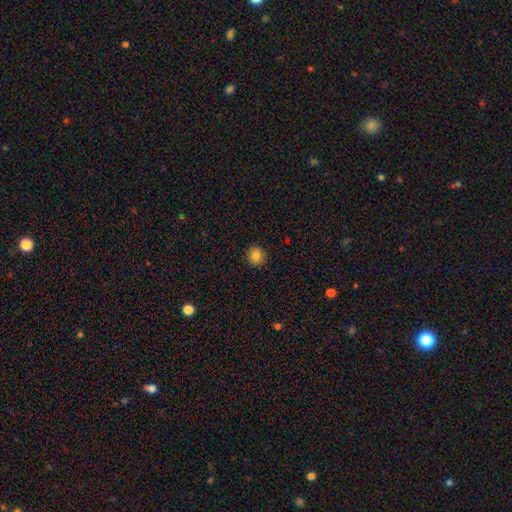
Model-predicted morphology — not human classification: This appears to be a smooth galaxy with no disk features (84%) that is round (90%). Merging: none (91%).